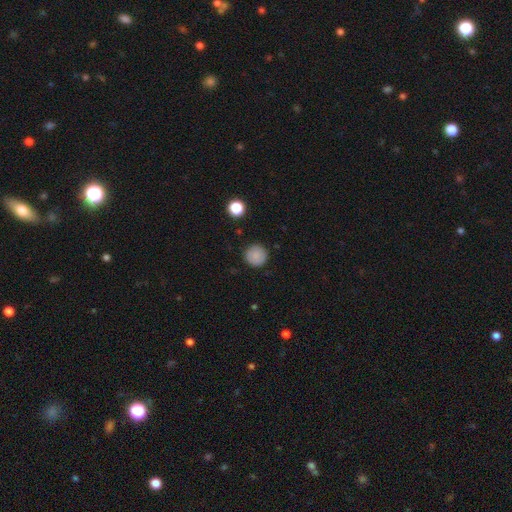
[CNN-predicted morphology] Smooth or featured?
  - smooth: 86% *
  - star or artifact: 9%
  - featured or disk: 5%
How rounded?
  - round: 96% *
  - in between: 3%
  - cigar-shaped: 1%
Merging?
  - none: 90% *
  - minor disturbance: 7%
  - major disturbance: 2%
  - merger: 1%